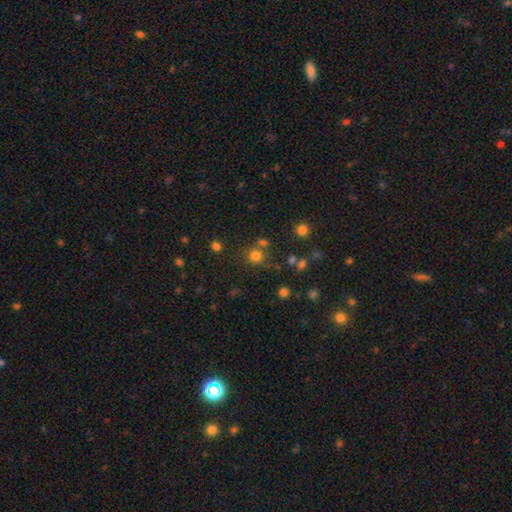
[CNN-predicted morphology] Smooth or featured: smooth — 75% (star or artifact — 19%)
How rounded: round — 91% (in between — 8%)
Merging: none — 70% (merger — 16%)